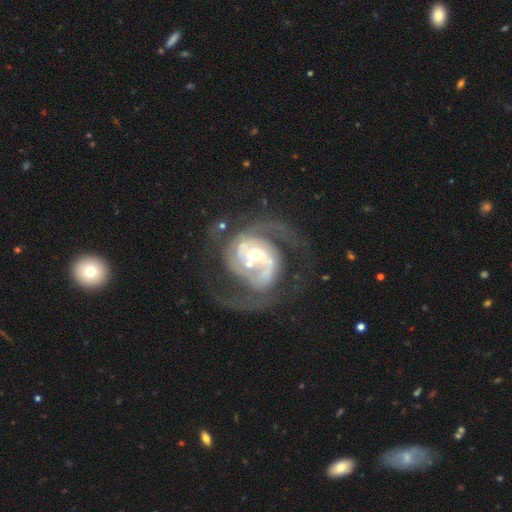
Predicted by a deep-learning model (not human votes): This appears to be a featured or disk galaxy (88%) with no bar (57%), 2 (57%) medium (45%) spiral arms (94%) and a moderate central bulge (56%). Merging: none (40%).